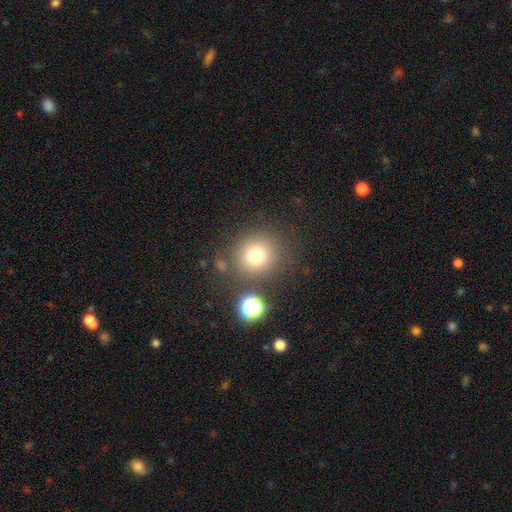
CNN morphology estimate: smooth-or-featured: smooth: 75% | star or artifact: 15% | featured or disk: 9%
  how-rounded: round: 91% | in between: 8% | cigar-shaped: 1%
  merging: none: 80% | minor disturbance: 9% | merger: 6% | major disturbance: 5%